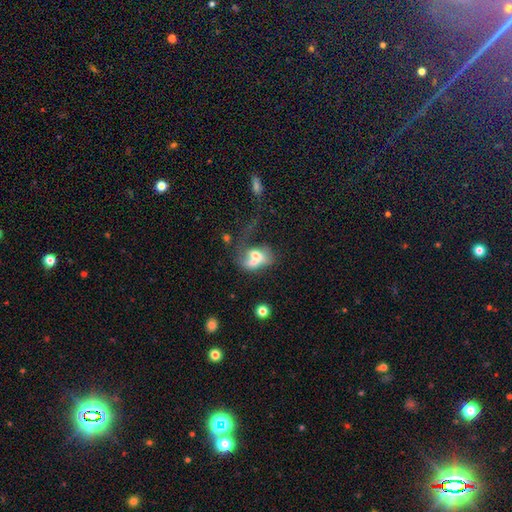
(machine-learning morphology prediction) A smooth galaxy with no disk features (54%) that is in between round and cigar-shaped (69%).

Vote fractions:
- Smooth or featured? smooth: 54% / featured or disk: 36% / star or artifact: 10%
- How rounded? in between: 69% / round: 27% / cigar-shaped: 4%
- Merging? merger: 62% / major disturbance: 17% / none: 13% / minor disturbance: 8%